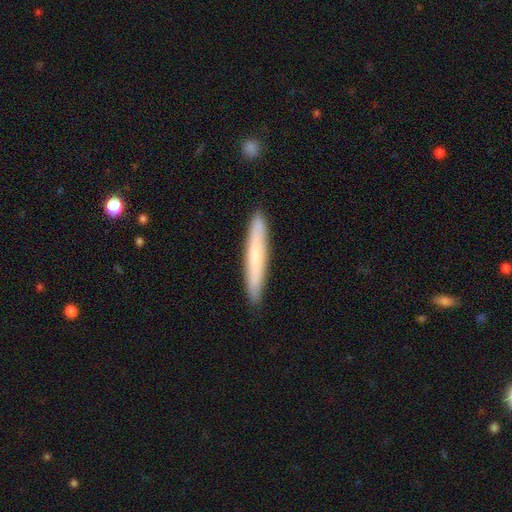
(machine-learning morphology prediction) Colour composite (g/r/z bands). It shows a smooth galaxy with no disk features (65%) that is cigar-shaped (95%). Merging: none (90%).